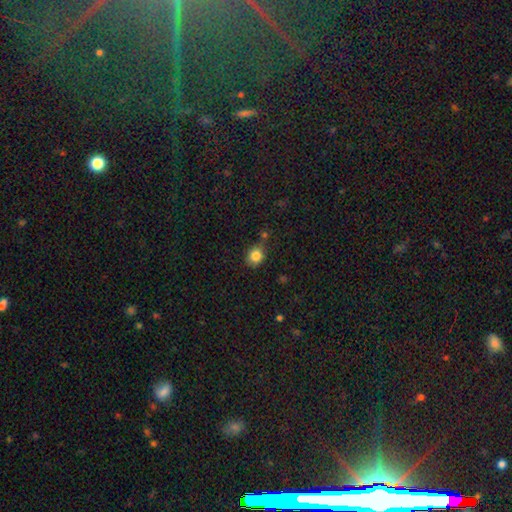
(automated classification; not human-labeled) This is clearly a smooth galaxy (83%). How rounded: likely round (69%). Merging: likely none (66%).